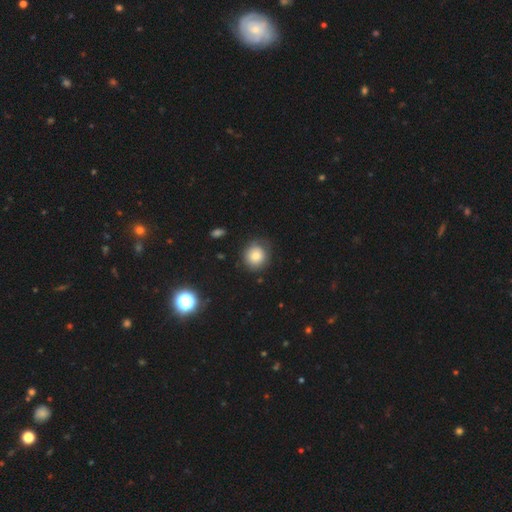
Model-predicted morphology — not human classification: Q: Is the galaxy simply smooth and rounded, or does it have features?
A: smooth — 78%.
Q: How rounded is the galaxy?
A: round — 88%.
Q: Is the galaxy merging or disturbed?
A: none — 75%.